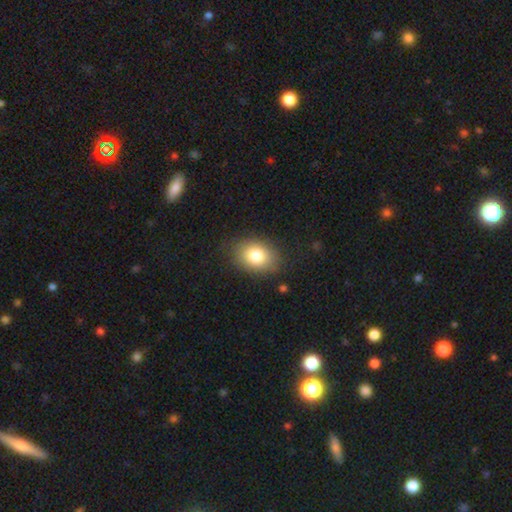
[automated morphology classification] smooth_or_featured: smooth (p=0.80) [alt: featured or disk p=0.11]
how_rounded: in between (p=0.71) [alt: round p=0.28]
merging: none (p=0.83) [alt: minor disturbance p=0.12]